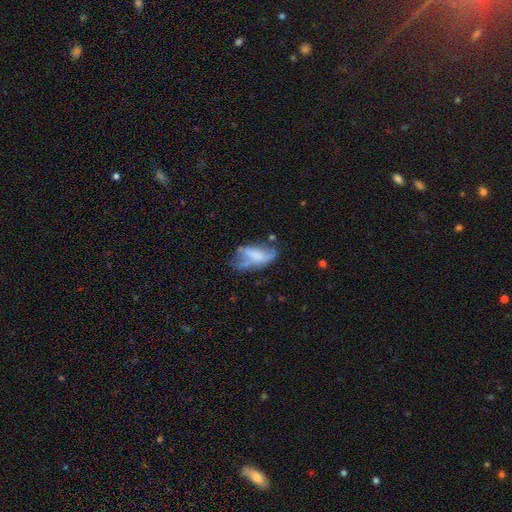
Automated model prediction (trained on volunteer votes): Q: Smooth or featured?
A: smooth (48%); runner-up: featured or disk (42%)
Q: Merging?
A: major disturbance (32%); runner-up: none (31%)